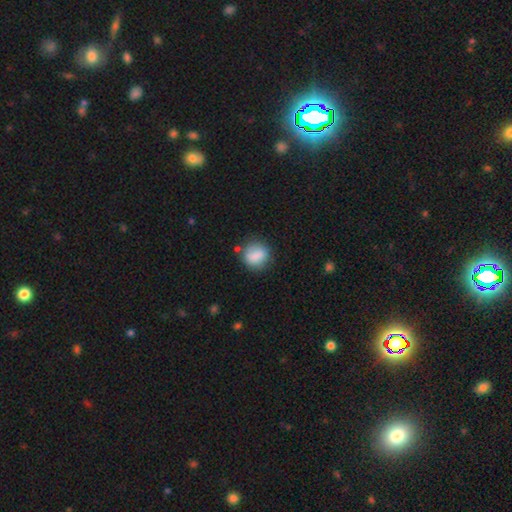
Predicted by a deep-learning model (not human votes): Smooth or featured?
  - smooth: 82% *
  - featured or disk: 9%
  - star or artifact: 8%
How rounded?
  - round: 74% *
  - in between: 25%
  - cigar-shaped: 1%
Merging?
  - none: 72% *
  - minor disturbance: 17%
  - merger: 6%
  - major disturbance: 5%